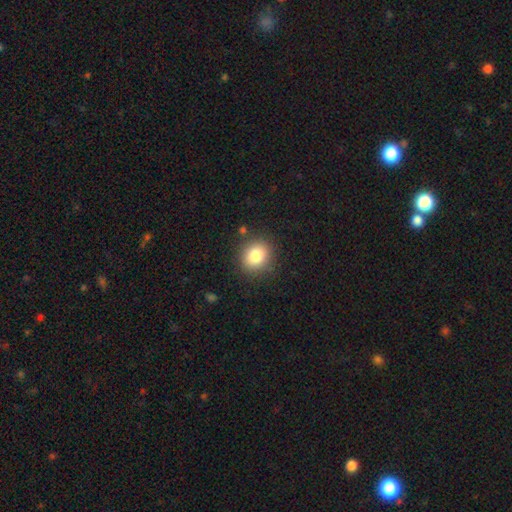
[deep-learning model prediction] smooth-or-featured: smooth: 83% | star or artifact: 10% | featured or disk: 7%
  how-rounded: round: 75% | in between: 24% | cigar-shaped: 1%
  merging: none: 86% | minor disturbance: 9% | major disturbance: 3% | merger: 2%